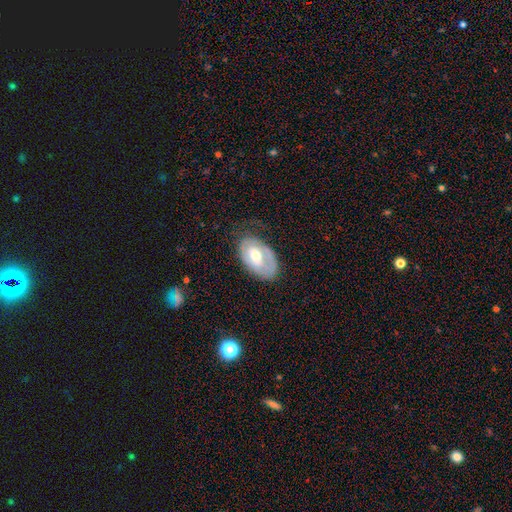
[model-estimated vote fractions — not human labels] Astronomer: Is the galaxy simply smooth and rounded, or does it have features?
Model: featured or disk — 52% (runner-up: smooth, 42%).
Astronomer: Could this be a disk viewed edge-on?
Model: no — 92%.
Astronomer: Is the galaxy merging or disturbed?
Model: none — 57%.